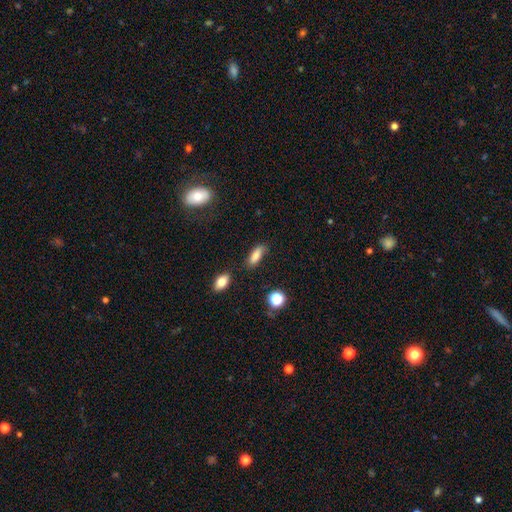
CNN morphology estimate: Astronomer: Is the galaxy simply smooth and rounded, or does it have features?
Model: smooth — 81%.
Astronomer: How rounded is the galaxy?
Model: in between — 74%.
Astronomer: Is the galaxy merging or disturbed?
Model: none — 73%.